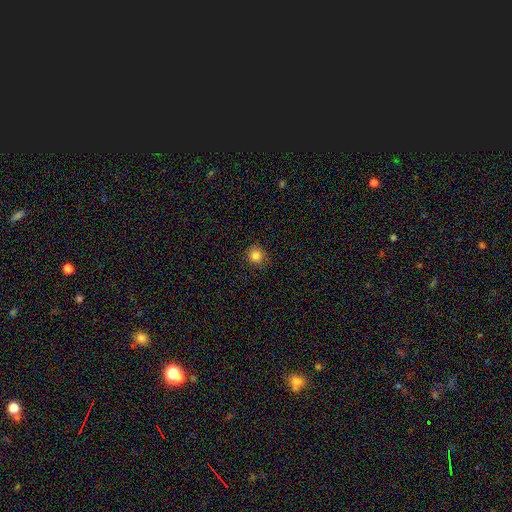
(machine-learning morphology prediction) Q: Smooth or featured?
A: smooth (83%); runner-up: star or artifact (12%)
Q: How rounded?
A: round (91%); runner-up: in between (8%)
Q: Merging?
A: none (86%); runner-up: minor disturbance (11%)